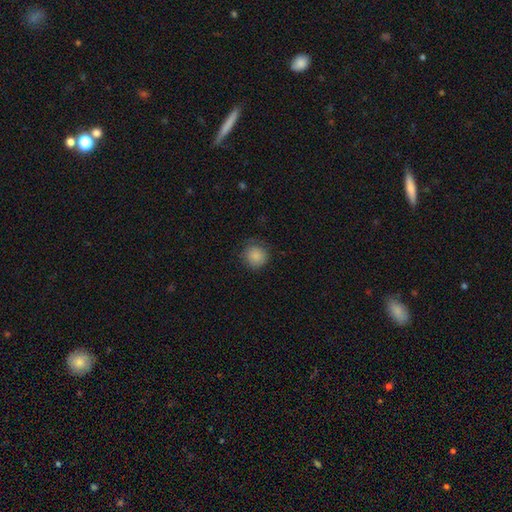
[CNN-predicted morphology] Overall: smooth (86%). How rounded: round (92%). Merging: none (78%).